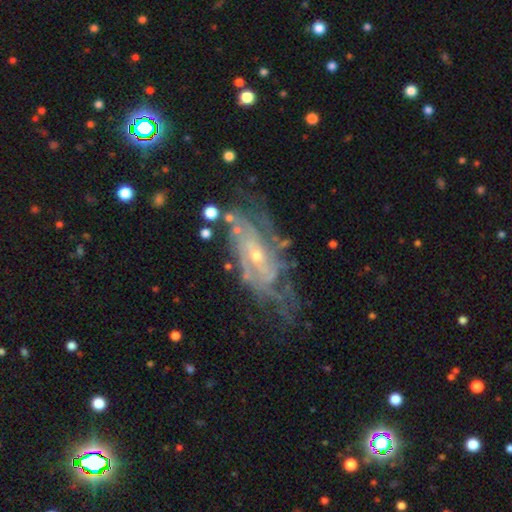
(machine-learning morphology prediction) This appears to be a featured or disk galaxy (83%) with no bar (61%), tight (60%) spiral arms (90%) and a small central bulge (73%). Merging: none (63%).